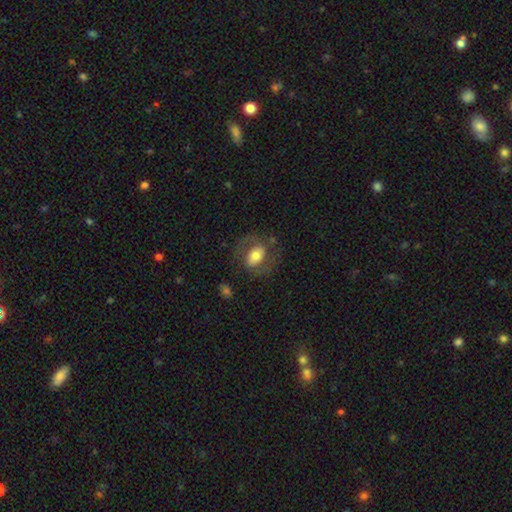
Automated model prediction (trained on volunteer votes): Q: Smooth or featured?
A: smooth (47%); runner-up: featured or disk (46%)
Q: Merging?
A: none (67%); runner-up: minor disturbance (16%)